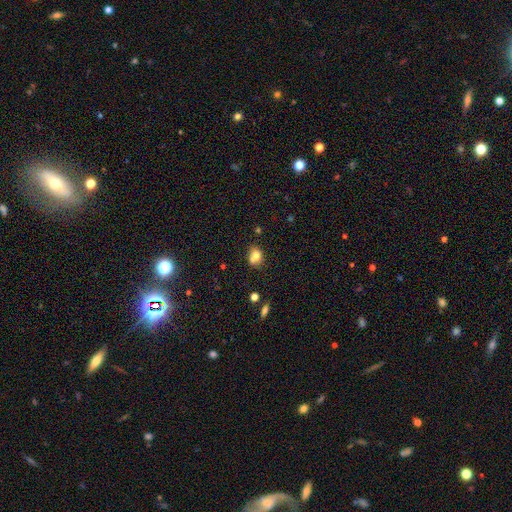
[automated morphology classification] This is likely a smooth galaxy (73%). How rounded: possibly round (59%). Merging: possibly none (47%).